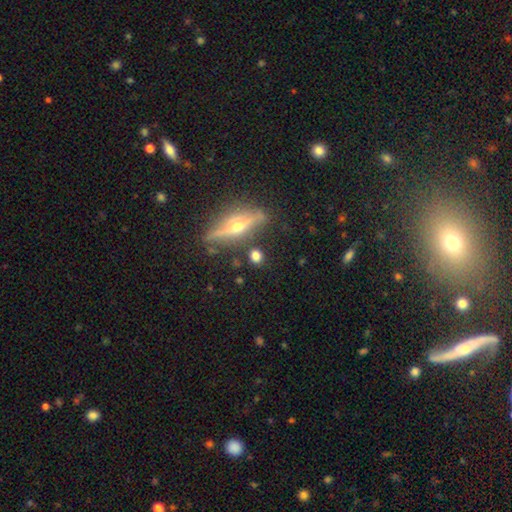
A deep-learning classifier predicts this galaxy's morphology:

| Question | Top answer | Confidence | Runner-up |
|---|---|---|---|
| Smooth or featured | smooth | 56% | featured or disk (31%) |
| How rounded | round | 57% | in between (30%) |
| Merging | none | 82% | minor disturbance (10%) |